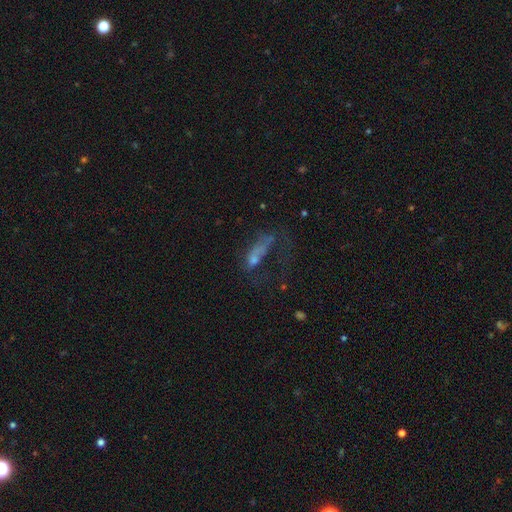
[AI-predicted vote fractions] A smooth galaxy with no disk features (43%).

Vote fractions:
- Smooth or featured? smooth: 43% / featured or disk: 37% / star or artifact: 20%
- Merging? major disturbance: 56% / none: 21% / minor disturbance: 14% / merger: 9%